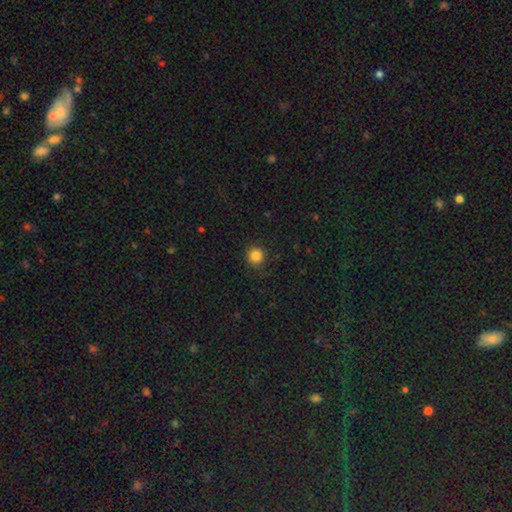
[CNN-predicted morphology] Q: Smooth or featured?
A: smooth (84%); runner-up: star or artifact (11%)
Q: How rounded?
A: round (93%); runner-up: in between (6%)
Q: Merging?
A: none (86%); runner-up: minor disturbance (10%)